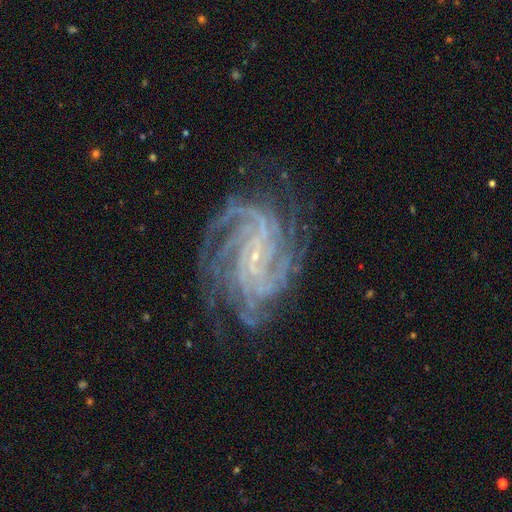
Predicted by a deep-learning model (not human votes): A featured or disk galaxy (91%) with no bar (44%), 4 (29%) tight (67%) spiral arms (99%) and a small central bulge (87%). Merging: none (75%).